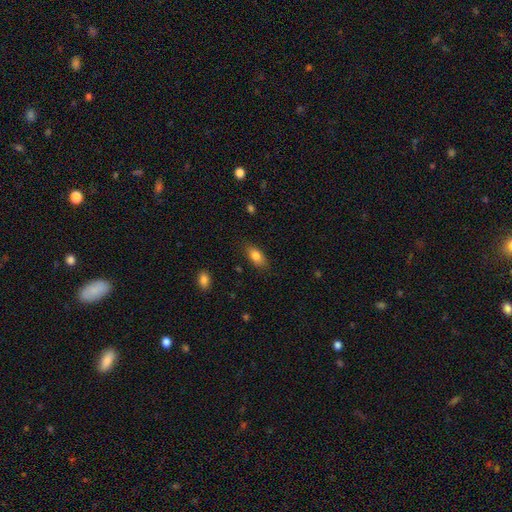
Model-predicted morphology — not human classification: Smooth or featured: smooth — 83% (featured or disk — 9%)
How rounded: in between — 87% (cigar-shaped — 9%)
Merging: none — 82% (minor disturbance — 13%)